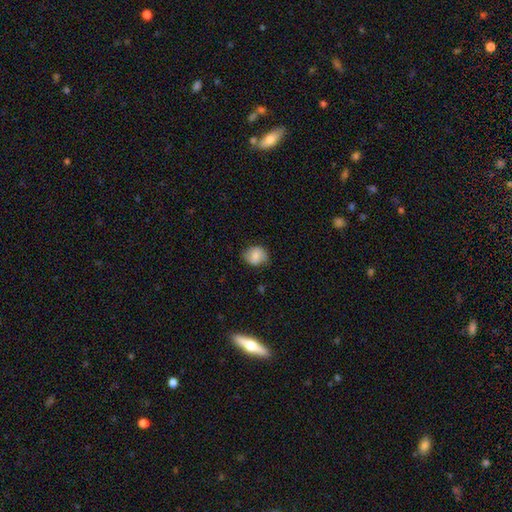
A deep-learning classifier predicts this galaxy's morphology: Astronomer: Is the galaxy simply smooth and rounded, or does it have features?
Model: smooth — 68%.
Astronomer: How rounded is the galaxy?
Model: round — 63%.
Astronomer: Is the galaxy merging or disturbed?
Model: none — 69%.